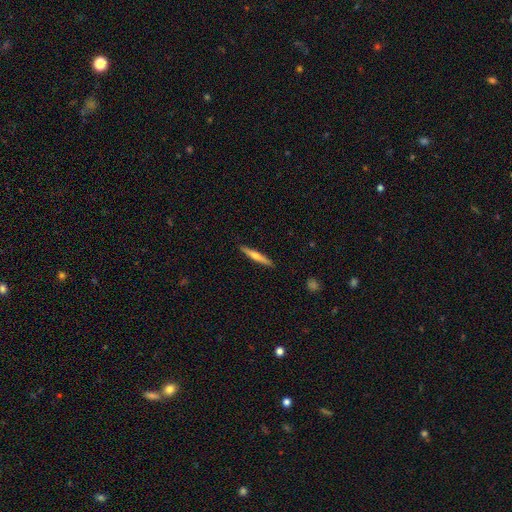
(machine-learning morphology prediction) This appears to be a featured or disk galaxy (49%). Merging: none (91%).